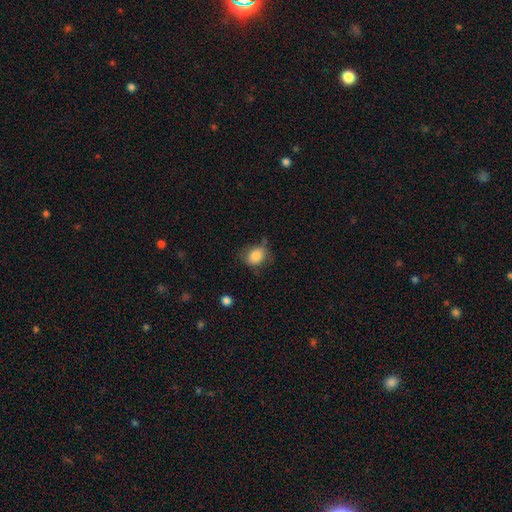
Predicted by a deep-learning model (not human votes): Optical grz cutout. It shows a smooth galaxy with no disk features (83%) that is in between round and cigar-shaped (55%). Merging: none (59%).